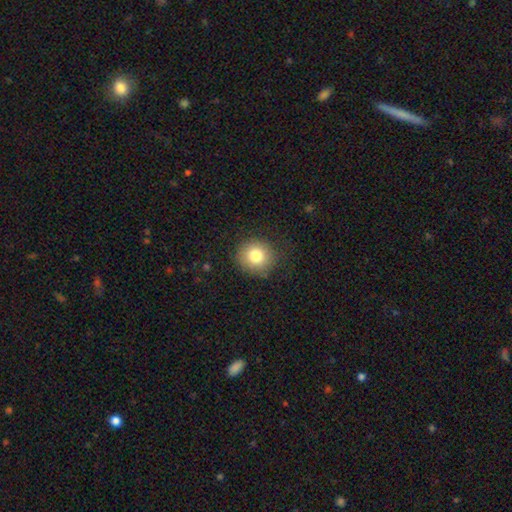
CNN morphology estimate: type=smooth (80%); roundness=round (90%); merging=none (84%).